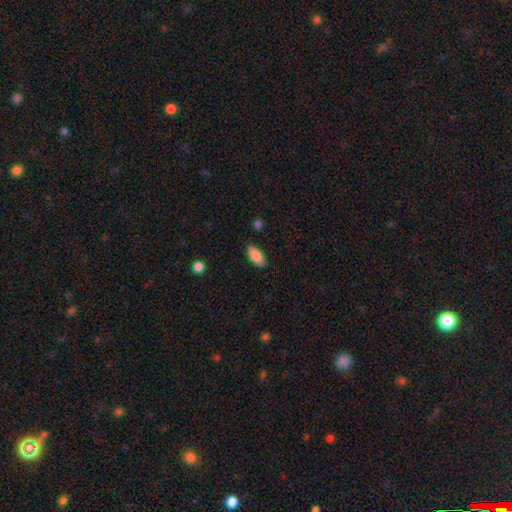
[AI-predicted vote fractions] A smooth galaxy with no disk features (89%) that is in between round and cigar-shaped (86%). Merging: none (85%).